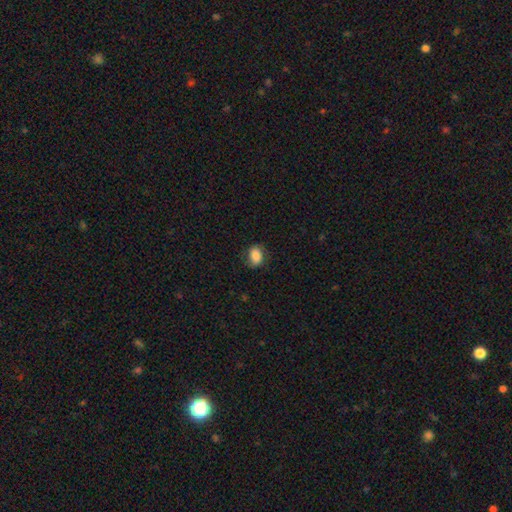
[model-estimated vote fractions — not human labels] A smooth galaxy with no disk features (79%) that is in between round and cigar-shaped (71%). Merging: none (74%).